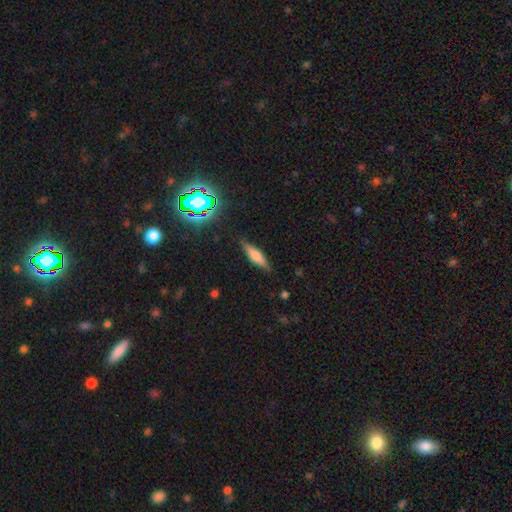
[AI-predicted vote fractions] This is possibly a smooth galaxy (56%). How rounded: likely cigar-shaped (67%). Merging: clearly none (84%).